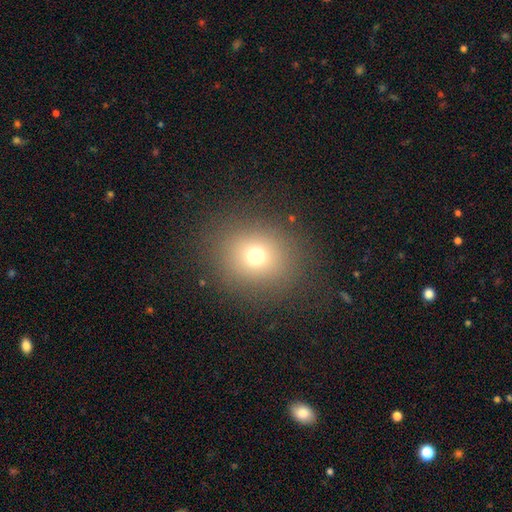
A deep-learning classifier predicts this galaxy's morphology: smooth_or_featured: smooth (p=0.70) [alt: star or artifact p=0.19]
how_rounded: round (p=0.80) [alt: in between p=0.19]
merging: none (p=0.86) [alt: minor disturbance p=0.08]